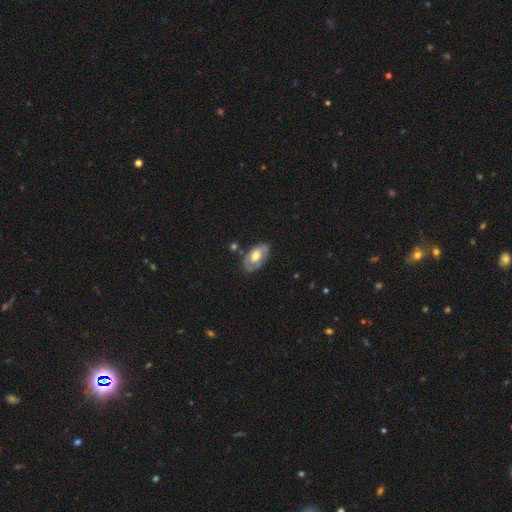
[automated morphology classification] featured or disk 49%, smooth 45%, star or artifact 6%. Down the decision tree: merging — none (70%).